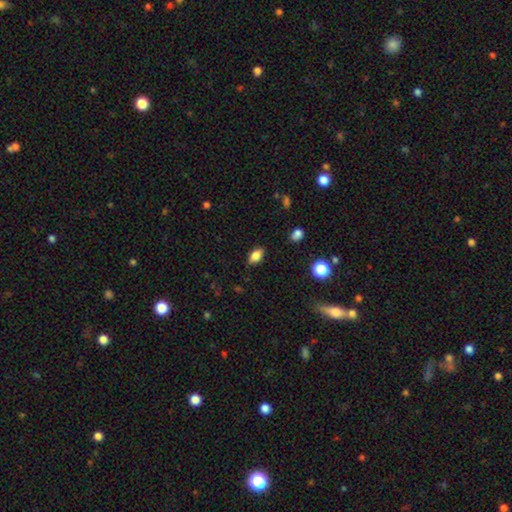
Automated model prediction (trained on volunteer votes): smooth_or_featured: smooth (p=0.82) [alt: star or artifact p=0.09]
how_rounded: in between (p=0.87) [alt: round p=0.09]
merging: none (p=0.83) [alt: minor disturbance p=0.13]